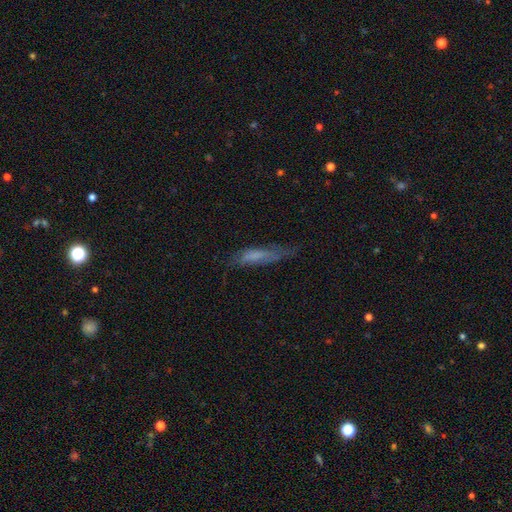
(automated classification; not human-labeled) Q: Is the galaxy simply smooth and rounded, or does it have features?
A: smooth — 58%.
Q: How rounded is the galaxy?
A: cigar-shaped — 76%.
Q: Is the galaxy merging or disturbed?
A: none — 52%.